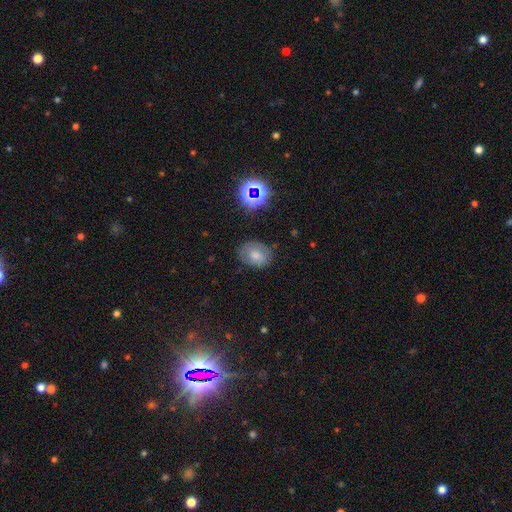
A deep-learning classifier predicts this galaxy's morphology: This appears to be a smooth galaxy with no disk features (70%) that is in between round and cigar-shaped (70%). Merging: none (76%).